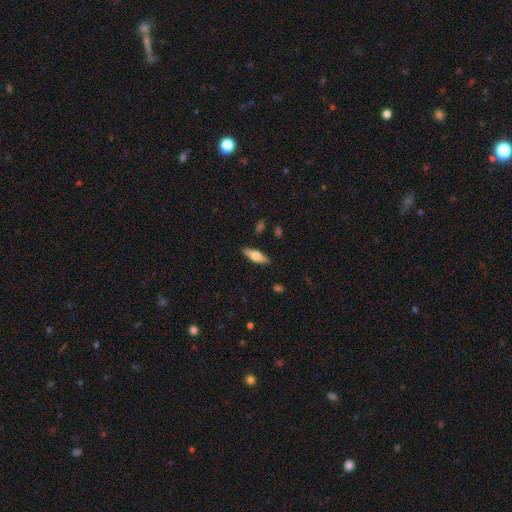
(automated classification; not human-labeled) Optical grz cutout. It shows a smooth galaxy with no disk features (56%) that is in between round and cigar-shaped (52%). Merging: none (89%).